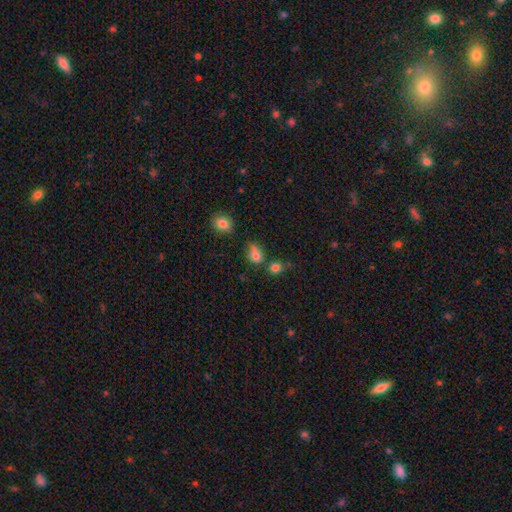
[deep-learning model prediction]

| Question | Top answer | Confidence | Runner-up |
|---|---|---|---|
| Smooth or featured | smooth | 78% | star or artifact (13%) |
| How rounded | round | 51% | in between (47%) |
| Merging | none | 47% | minor disturbance (25%) |